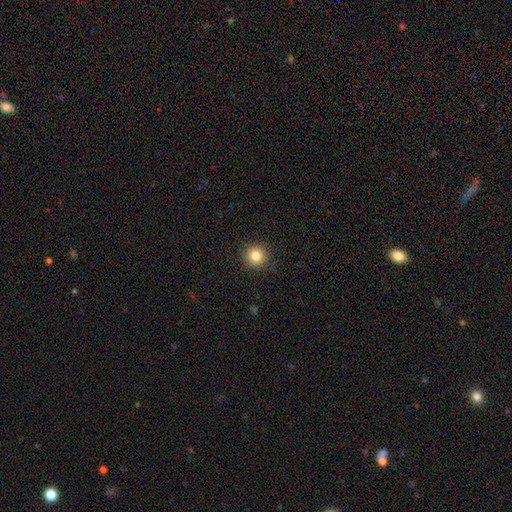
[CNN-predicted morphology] type=smooth (82%); roundness=round (94%); merging=none (92%).